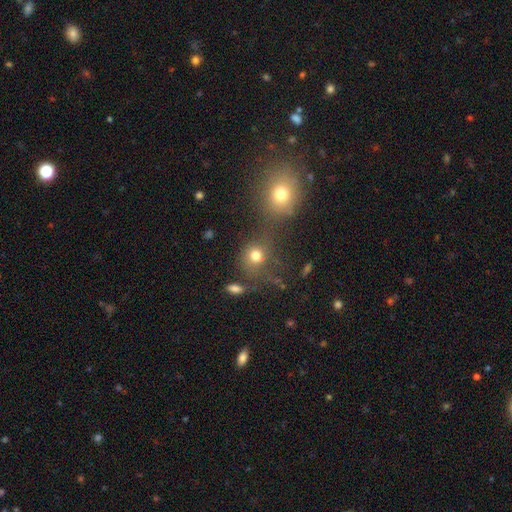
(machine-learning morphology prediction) This appears to be a smooth galaxy with no disk features (75%) that is round (78%). Merging: none (50%).